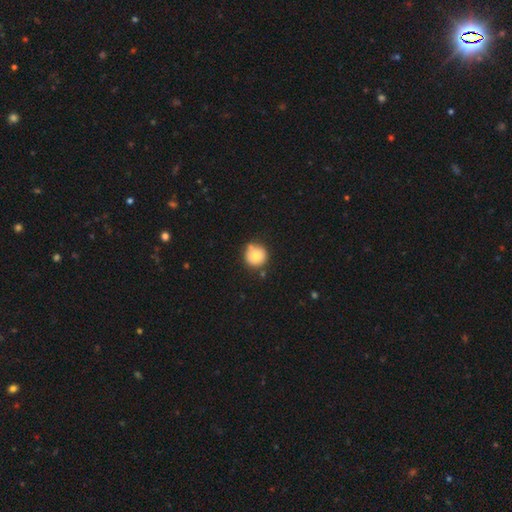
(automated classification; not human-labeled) smooth_or_featured: smooth (p=0.77) [alt: featured or disk p=0.14]
how_rounded: round (p=0.94) [alt: in between p=0.05]
merging: none (p=0.70) [alt: minor disturbance p=0.19]